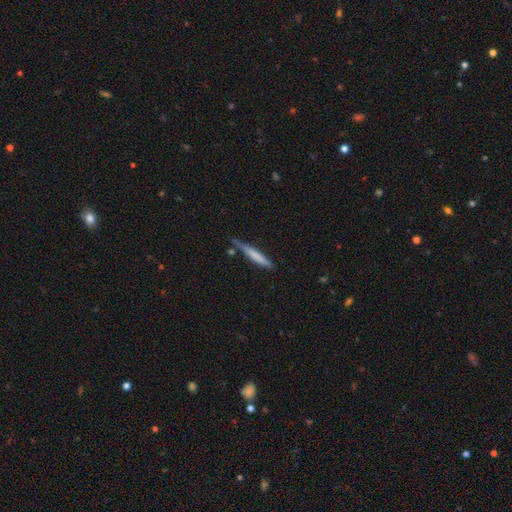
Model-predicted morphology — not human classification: A smooth galaxy with no disk features (67%) that is cigar-shaped (94%). Merging: none (70%).